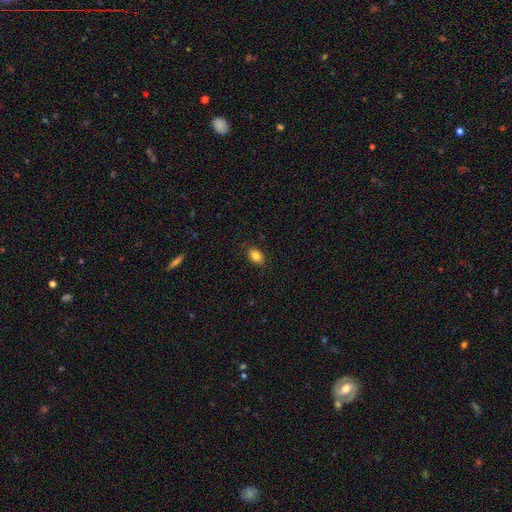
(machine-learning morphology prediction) This is clearly a smooth galaxy (85%). How rounded: clearly in between (80%). Merging: clearly none (87%).